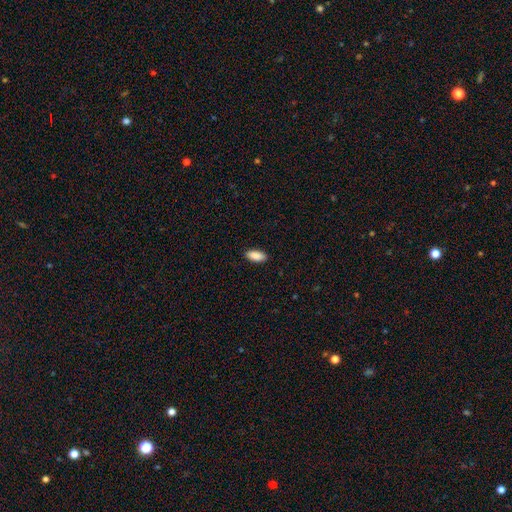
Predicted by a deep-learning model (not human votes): A smooth galaxy with no disk features (90%) that is in between round and cigar-shaped (87%). Merging: none (90%).